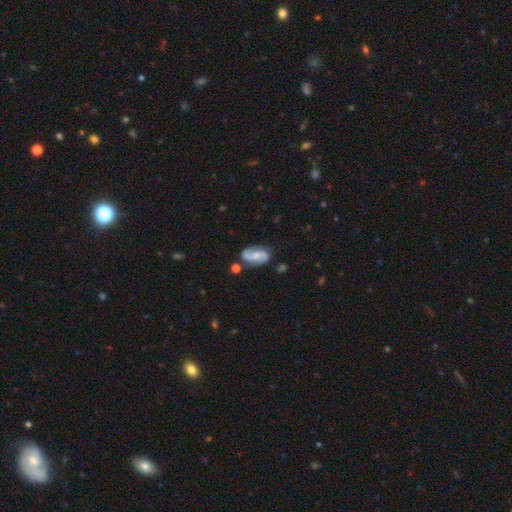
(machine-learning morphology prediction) type=featured or disk (83%); edge-on=no (97%); bar=no (52%); spiral arms=yes (97%); winding=medium (47%); arm count=2 (93%); bulge=small (39%); merging=none (77%).